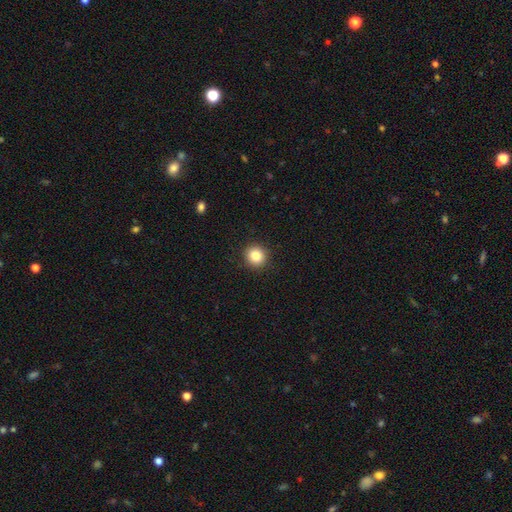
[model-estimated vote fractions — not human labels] Morphology: type=smooth (84%); roundness=round (92%); merging=none (92%).